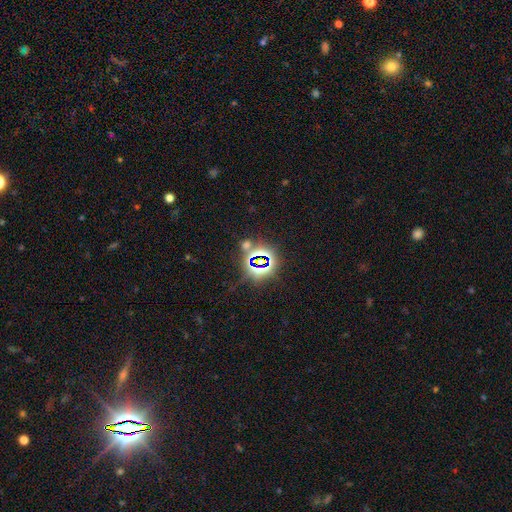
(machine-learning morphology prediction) Smooth or featured? Predicted: star or artifact (p=0.79).